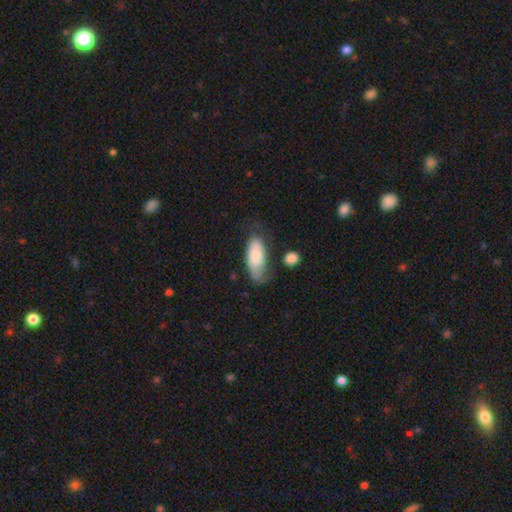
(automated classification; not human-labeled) The model was most divided on "merging": none: 43%, minor disturbance: 32%, major disturbance: 20%, merger: 6%. More confident: how rounded — in between (88%); smooth or featured — smooth (70%).